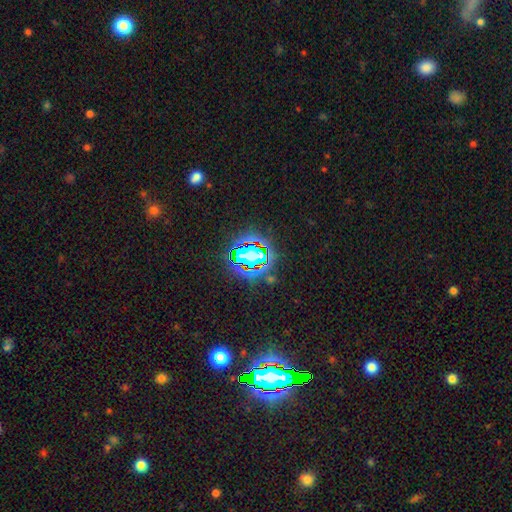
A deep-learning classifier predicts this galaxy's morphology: Q: Smooth or featured?
A: star or artifact (67%); runner-up: smooth (21%)